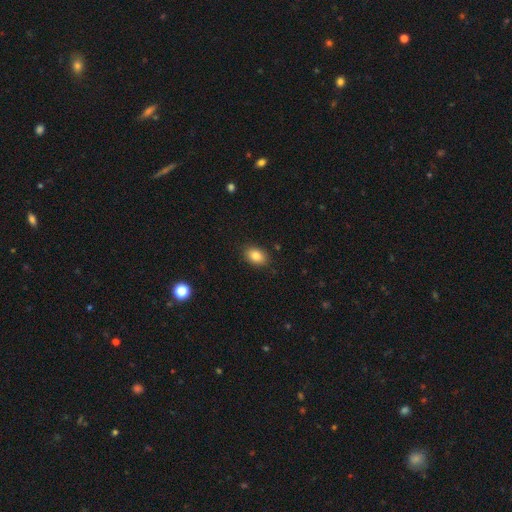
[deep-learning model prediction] Smooth or featured: smooth — 84% (star or artifact — 9%)
How rounded: in between — 81% (round — 18%)
Merging: none — 87% (minor disturbance — 10%)